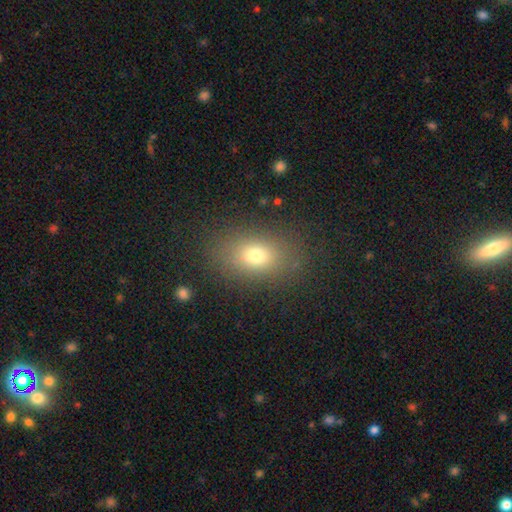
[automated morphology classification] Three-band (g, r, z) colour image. It shows a smooth galaxy with no disk features (74%) that is in between round and cigar-shaped (76%). Merging: none (84%).